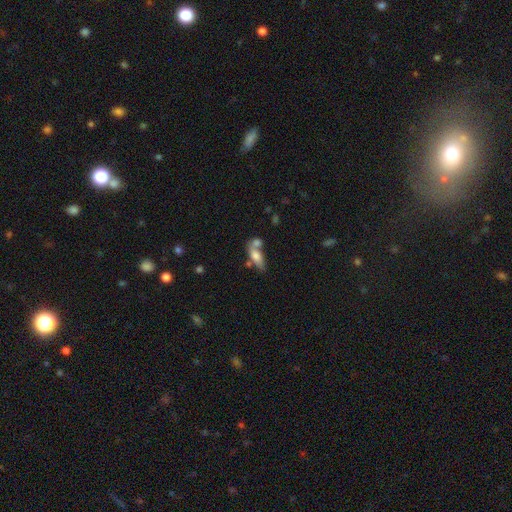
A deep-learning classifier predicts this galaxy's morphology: type=smooth (67%); roundness=in between (73%); merging=merger (47%).